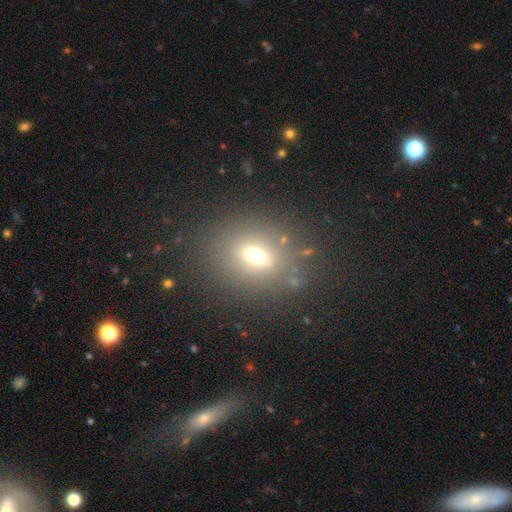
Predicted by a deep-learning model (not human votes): Smooth or featured: smooth — 57% (featured or disk — 24%)
How rounded: in between — 53% (round — 42%)
Merging: none — 80% (minor disturbance — 10%)